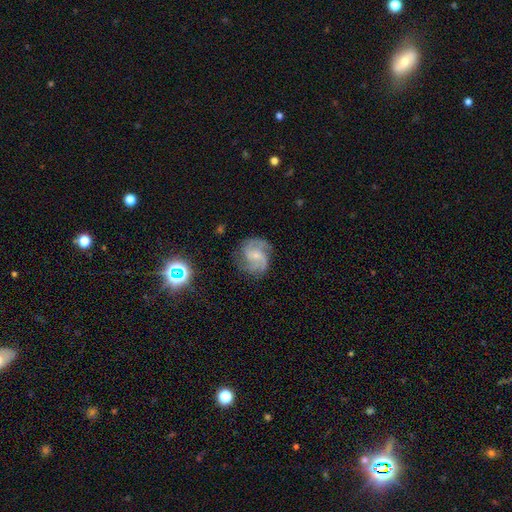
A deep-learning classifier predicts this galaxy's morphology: This appears to be a featured or disk galaxy (82%) with no bar (49%), 2 (45%) medium (54%) spiral arms (97%) and a small central bulge (65%). Merging: none (71%).